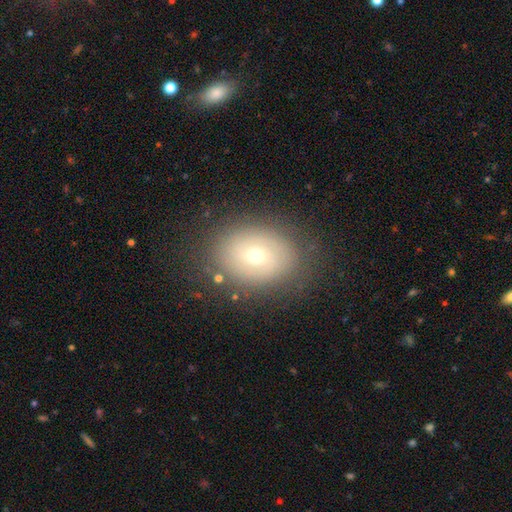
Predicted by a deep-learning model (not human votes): A smooth galaxy with no disk features (48%).

Vote fractions:
- Smooth or featured? smooth: 48% / featured or disk: 40% / star or artifact: 12%
- Merging? none: 81% / minor disturbance: 13% / major disturbance: 5% / merger: 2%